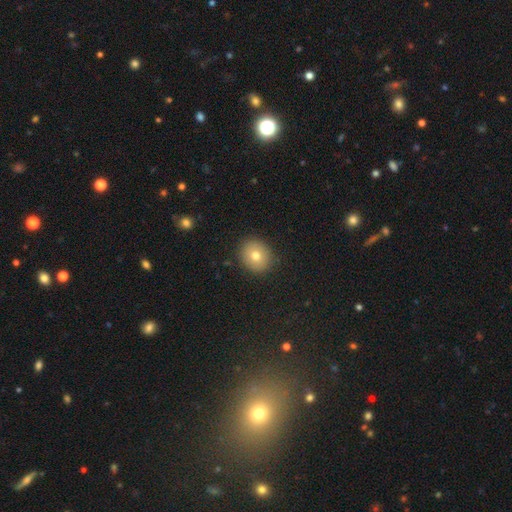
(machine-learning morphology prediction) This is likely a smooth galaxy (76%). How rounded: likely round (79%). Merging: clearly none (90%).